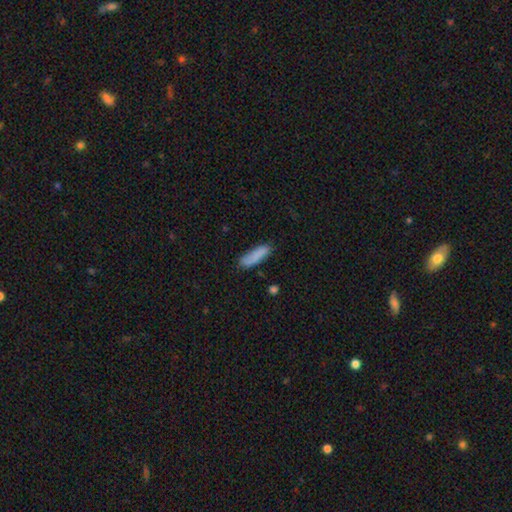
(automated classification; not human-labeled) smooth-or-featured: smooth: 84% | featured or disk: 10% | star or artifact: 7%
  how-rounded: cigar-shaped: 60% | in between: 39% | round: 2%
  merging: none: 73% | minor disturbance: 20% | major disturbance: 5% | merger: 3%